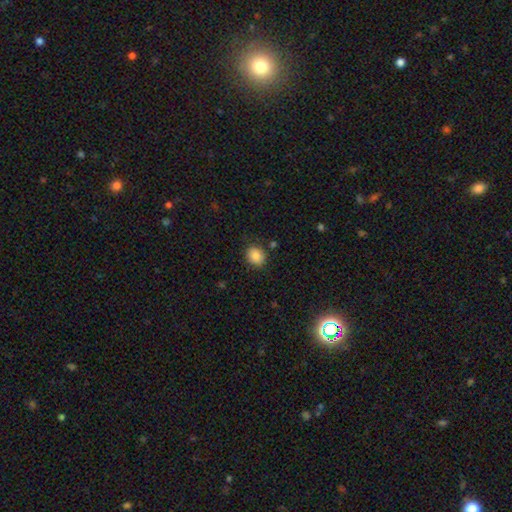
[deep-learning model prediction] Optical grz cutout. It shows a smooth galaxy with no disk features (87%) that is round (56%). Merging: none (83%).